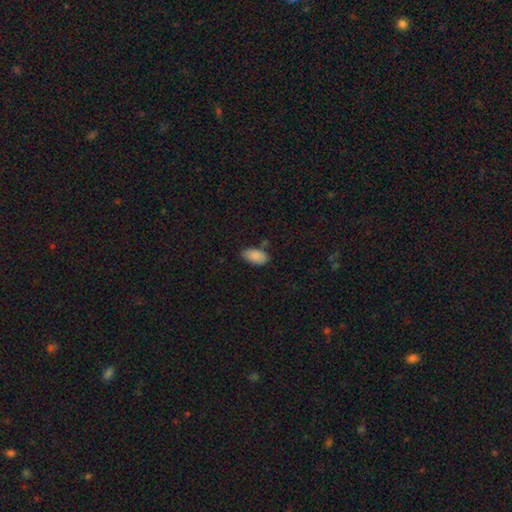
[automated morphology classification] This is clearly a smooth galaxy (88%). How rounded: clearly in between (94%). Merging: likely none (70%).